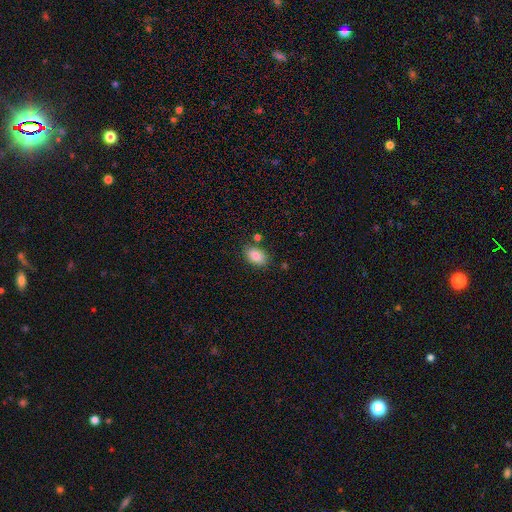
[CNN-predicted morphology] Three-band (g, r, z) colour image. It shows a smooth galaxy with no disk features (87%) that is in between round and cigar-shaped (89%). Merging: none (79%).